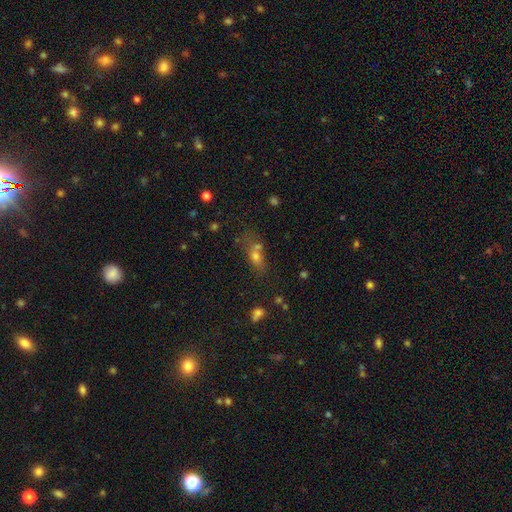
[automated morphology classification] smooth 60%, star or artifact 23%, featured or disk 17%. Down the decision tree: how rounded — in between (57%); merging — none (39%).